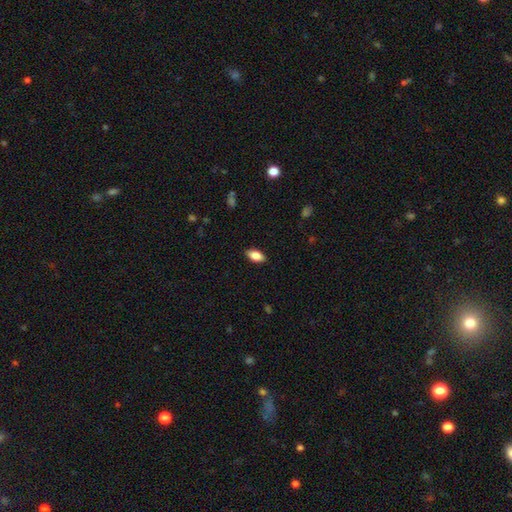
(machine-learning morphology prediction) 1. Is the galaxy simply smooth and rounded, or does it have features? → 81% smooth, 12% featured or disk, 7% star or artifact.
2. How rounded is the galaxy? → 90% in between, 7% cigar-shaped, 3% round.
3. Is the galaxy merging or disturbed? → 88% none, 9% minor disturbance, 2% major disturbance, 1% merger.